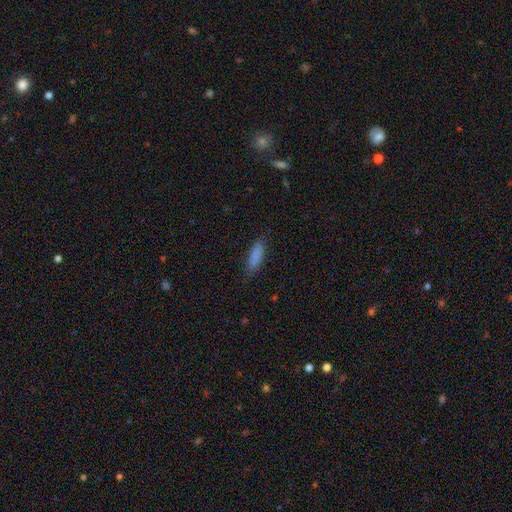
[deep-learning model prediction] Morphology: type=smooth (86%); roundness=cigar-shaped (61%); merging=none (83%).